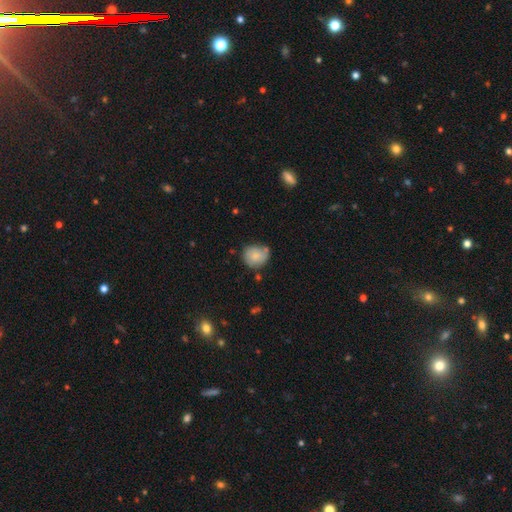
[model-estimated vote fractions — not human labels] Morphology: type=smooth (77%); roundness=round (80%); merging=none (62%).